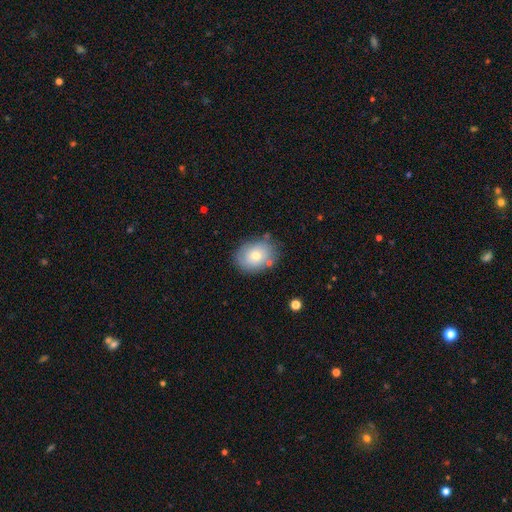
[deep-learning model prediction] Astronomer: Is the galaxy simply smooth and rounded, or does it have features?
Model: smooth — 63%.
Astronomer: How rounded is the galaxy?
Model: in between — 59% (runner-up: round, 40%).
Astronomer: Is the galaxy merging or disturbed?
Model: none — 73%.